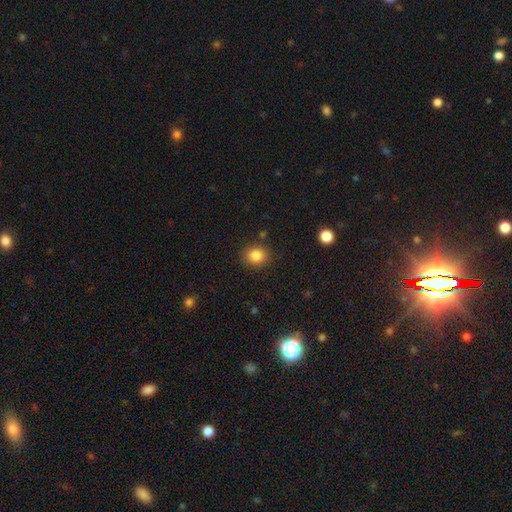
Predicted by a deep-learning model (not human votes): Q: Smooth or featured?
A: smooth (83%); runner-up: star or artifact (11%)
Q: How rounded?
A: round (77%); runner-up: in between (22%)
Q: Merging?
A: none (88%); runner-up: minor disturbance (8%)